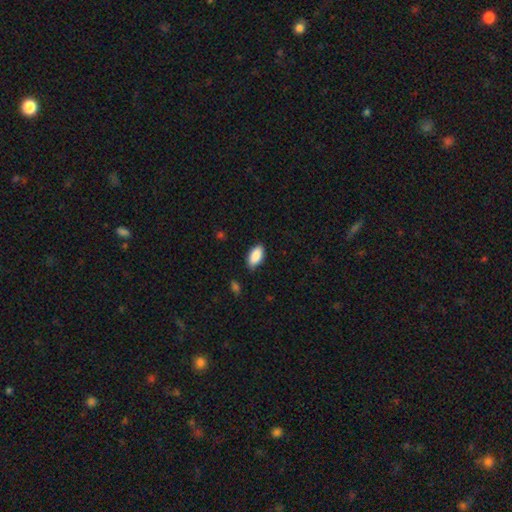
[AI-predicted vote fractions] Q: Smooth or featured?
A: smooth (89%); runner-up: star or artifact (7%)
Q: How rounded?
A: in between (93%); runner-up: cigar-shaped (4%)
Q: Merging?
A: none (83%); runner-up: minor disturbance (14%)